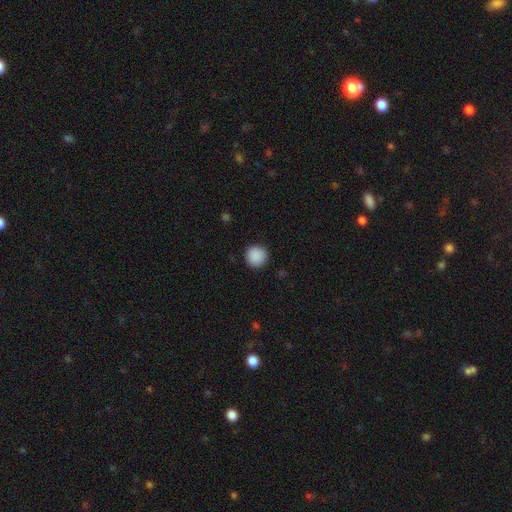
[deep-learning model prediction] The model was most divided on "smooth or featured": smooth: 89%, star or artifact: 8%, featured or disk: 2%. More confident: how rounded — round (95%); merging — none (90%).